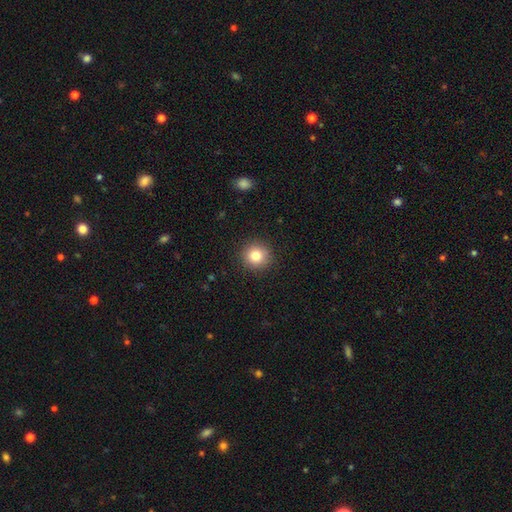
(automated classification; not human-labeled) This is clearly a smooth galaxy (82%). How rounded: clearly round (92%). Merging: clearly none (91%).